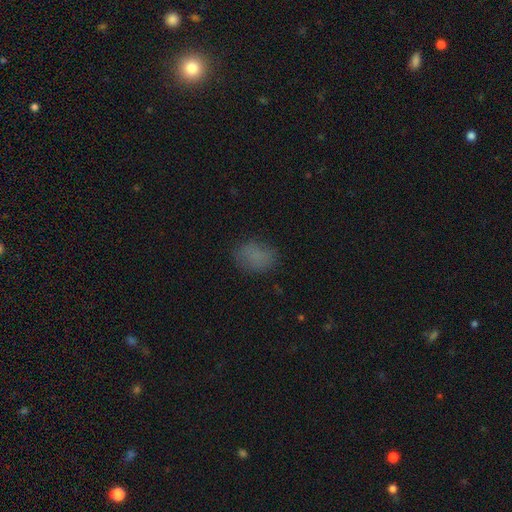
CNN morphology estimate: A smooth galaxy with no disk features (79%) that is in between round and cigar-shaped (73%).

Vote fractions:
- Smooth or featured? smooth: 79% / star or artifact: 13% / featured or disk: 8%
- How rounded? in between: 73% / round: 26% / cigar-shaped: 1%
- Merging? none: 77% / minor disturbance: 16% / major disturbance: 5% / merger: 1%